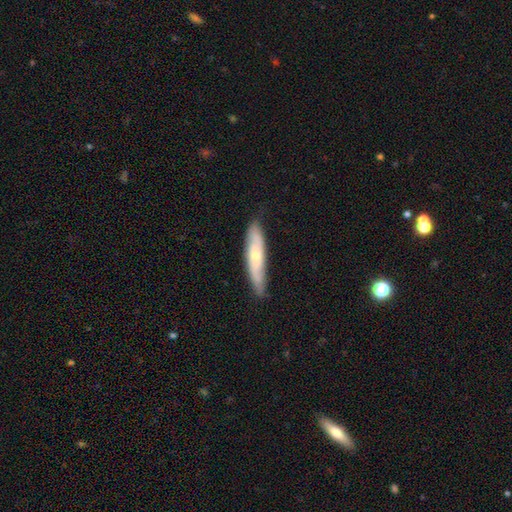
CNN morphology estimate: Smooth or featured?
  - featured or disk: 49% *
  - smooth: 45%
  - star or artifact: 6%
Merging?
  - none: 80% *
  - minor disturbance: 16%
  - major disturbance: 3%
  - merger: 1%